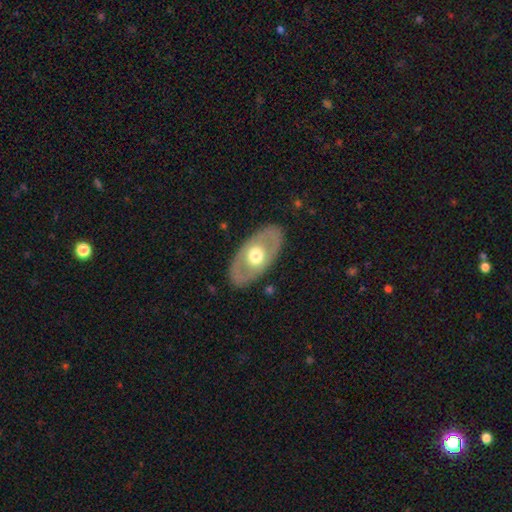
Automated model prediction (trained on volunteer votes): Overall: featured or disk (55%; smooth 40%). Edge-on disk: no (86%). Merging: none (85%).